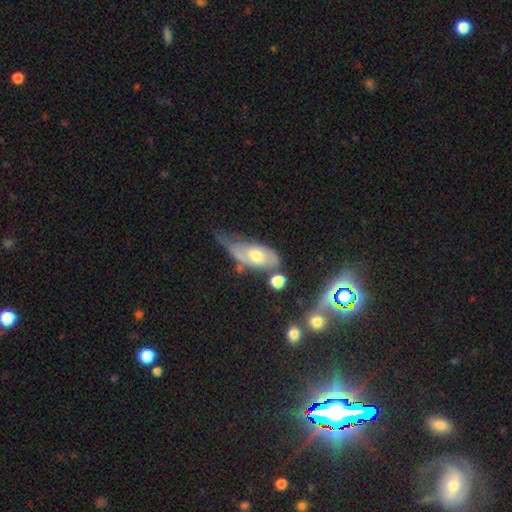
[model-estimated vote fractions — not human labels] Smooth or featured?
  - featured or disk: 56% *
  - smooth: 36%
  - star or artifact: 8%
Edge-on disk?
  - no: 81% *
  - yes: 19%
Merging?
  - minor disturbance: 35% *
  - none: 34%
  - major disturbance: 21%
  - merger: 10%